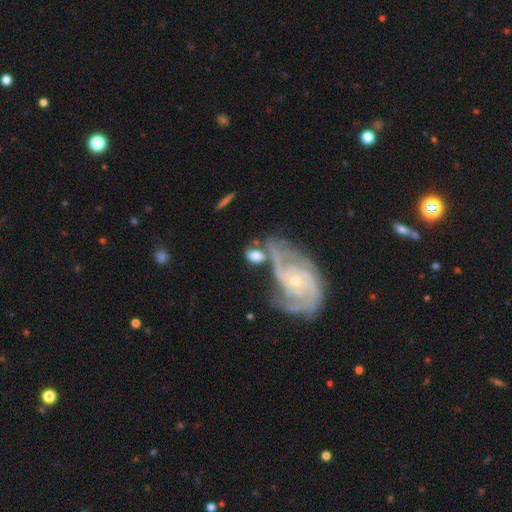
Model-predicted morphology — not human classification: Smooth or featured? smooth (49%)
Merging? none (41%)